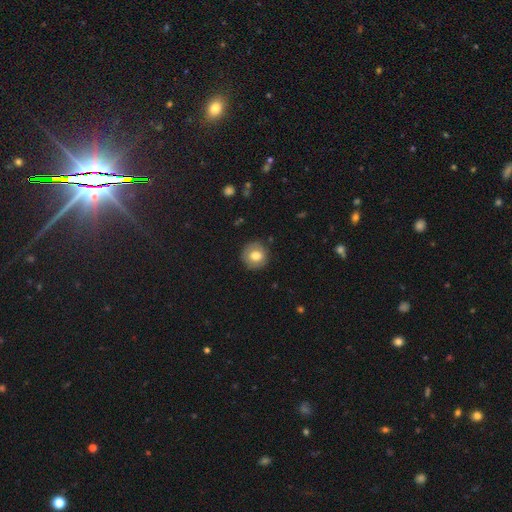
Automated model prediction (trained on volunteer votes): smooth 76%, featured or disk 15%, star or artifact 8%. Down the decision tree: how rounded — round (92%); merging — none (88%).